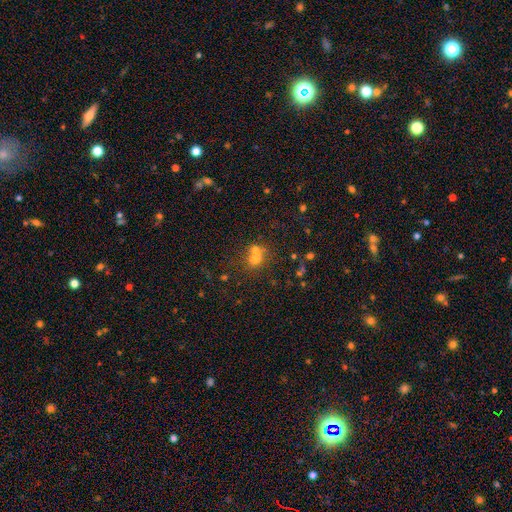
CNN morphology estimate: Smooth or featured?
  - smooth: 59% *
  - star or artifact: 21%
  - featured or disk: 19%
How rounded?
  - round: 70% *
  - in between: 28%
  - cigar-shaped: 2%
Merging?
  - merger: 53% *
  - none: 33%
  - minor disturbance: 8%
  - major disturbance: 6%